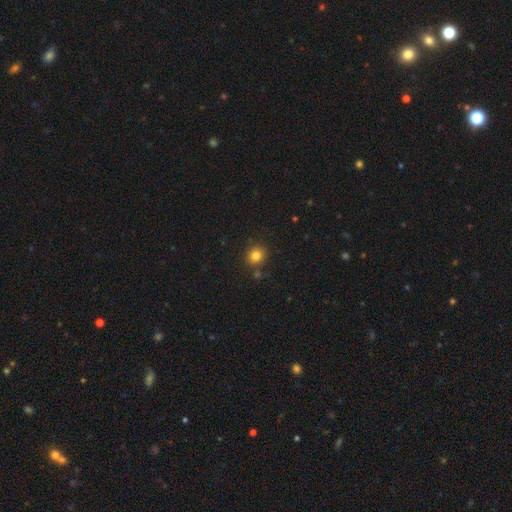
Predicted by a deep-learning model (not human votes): This appears to be a smooth galaxy with no disk features (81%) that is round (83%). Merging: none (83%).